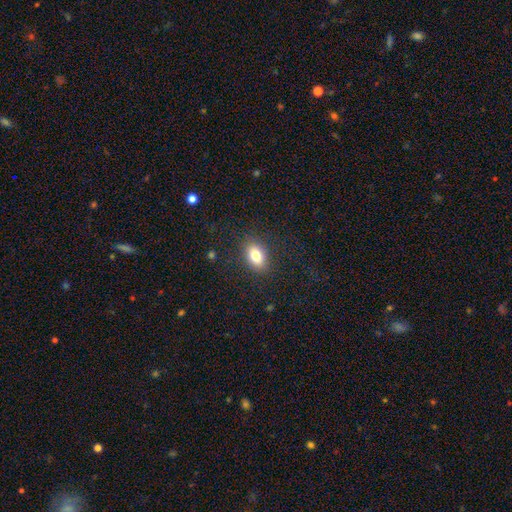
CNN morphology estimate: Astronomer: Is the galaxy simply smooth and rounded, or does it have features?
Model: smooth — 81%.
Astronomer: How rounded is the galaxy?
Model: in between — 84%.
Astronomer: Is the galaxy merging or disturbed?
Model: none — 85%.